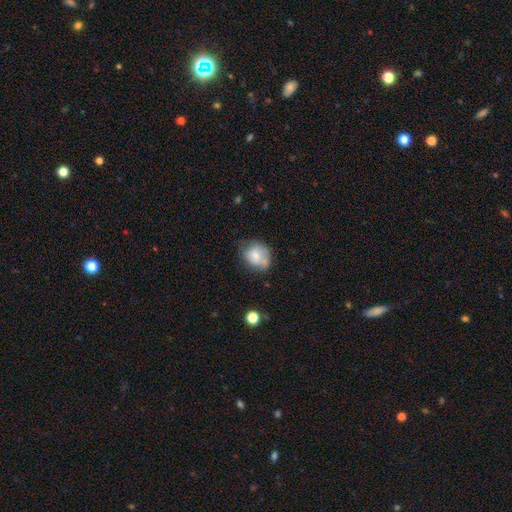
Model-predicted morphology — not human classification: smooth_or_featured: smooth (p=0.71) [alt: featured or disk p=0.20]
how_rounded: round (p=0.56) [alt: in between p=0.43]
merging: none (p=0.51) [alt: minor disturbance p=0.32]